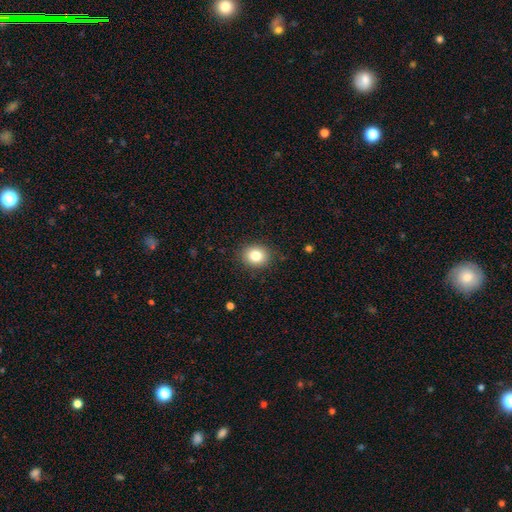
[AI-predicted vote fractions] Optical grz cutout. It shows a smooth galaxy with no disk features (82%) that is round (62%). Merging: none (87%).